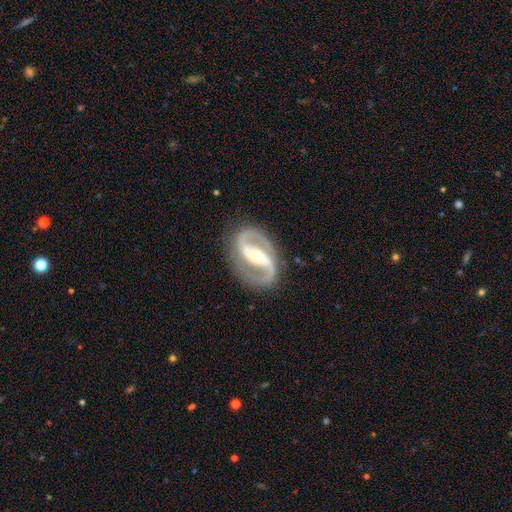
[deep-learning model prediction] Smooth or featured? featured or disk (92%)
Edge-on disk? no (97%)
Bar? strong (62%)
Spiral arms? yes (97%)
Spiral winding? medium (59%)
Spiral arm count? 2 (94%)
Bulge size? moderate (55%)
Merging? none (85%)